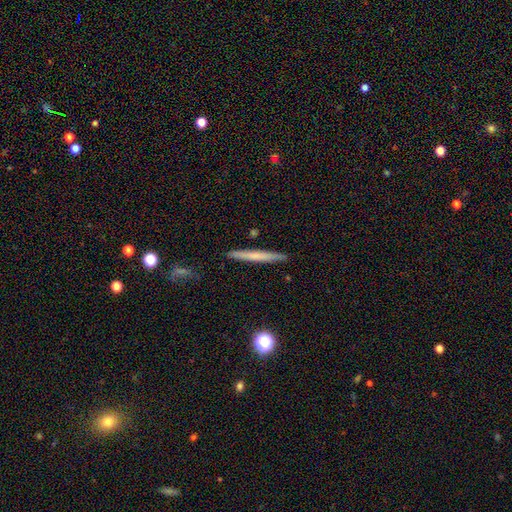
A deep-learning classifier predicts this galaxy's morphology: smooth_or_featured: smooth (p=0.58) [alt: featured or disk p=0.35]
how_rounded: cigar-shaped (p=0.96) [alt: in between p=0.02]
merging: none (p=0.90) [alt: minor disturbance p=0.07]